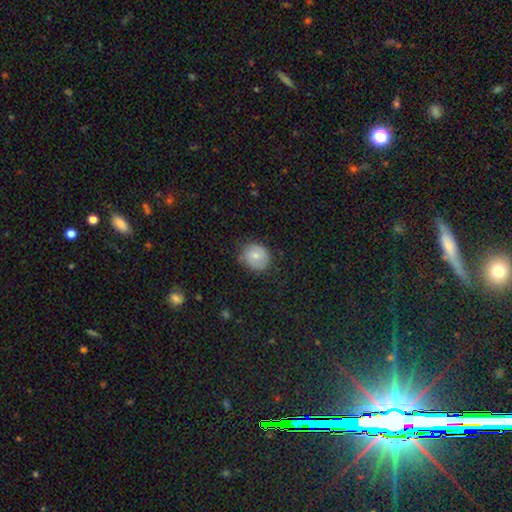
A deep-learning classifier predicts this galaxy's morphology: smooth 70%, featured or disk 22%, star or artifact 8%. Down the decision tree: how rounded — round (73%); merging — none (71%).